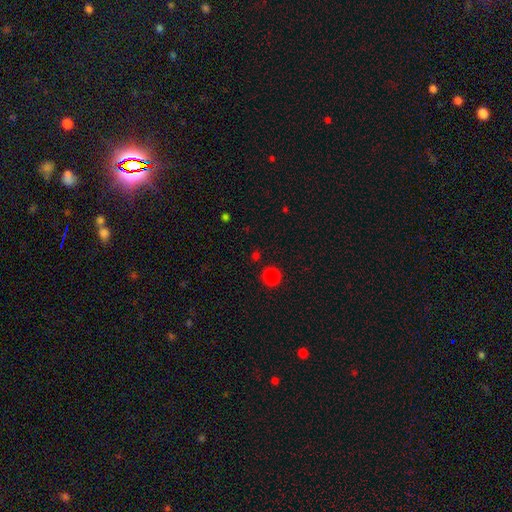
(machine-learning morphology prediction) smooth-or-featured: smooth: 79% | star or artifact: 17% | featured or disk: 4%
  how-rounded: round: 92% | in between: 7% | cigar-shaped: 1%
  merging: none: 91% | minor disturbance: 5% | major disturbance: 2% | merger: 2%